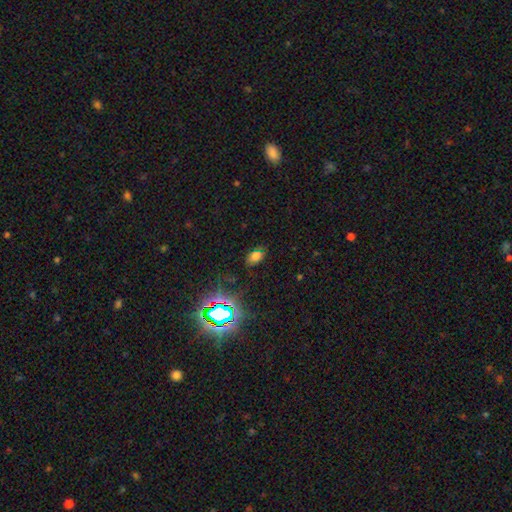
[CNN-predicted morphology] Q: Smooth or featured?
A: smooth (63%); runner-up: star or artifact (28%)
Q: How rounded?
A: in between (86%); runner-up: round (12%)
Q: Merging?
A: none (75%); runner-up: minor disturbance (17%)